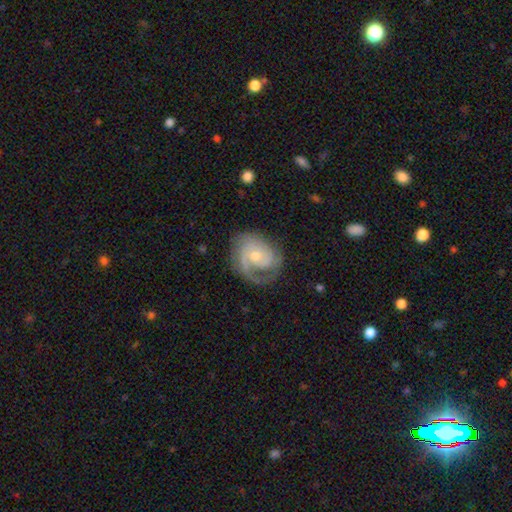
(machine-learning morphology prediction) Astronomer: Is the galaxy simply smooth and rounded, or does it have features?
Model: featured or disk — 82%.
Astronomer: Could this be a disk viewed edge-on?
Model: no — 98%.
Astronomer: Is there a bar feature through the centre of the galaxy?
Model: no — 69%.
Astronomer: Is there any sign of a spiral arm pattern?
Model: yes — 94%.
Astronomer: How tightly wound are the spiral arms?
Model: tight — 50% (runner-up: medium, 37%).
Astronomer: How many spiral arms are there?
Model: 2 — 39% (runner-up: 1, 34%).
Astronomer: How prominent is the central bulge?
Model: small — 51% (runner-up: moderate, 44%).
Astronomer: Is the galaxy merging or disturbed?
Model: none — 65%.